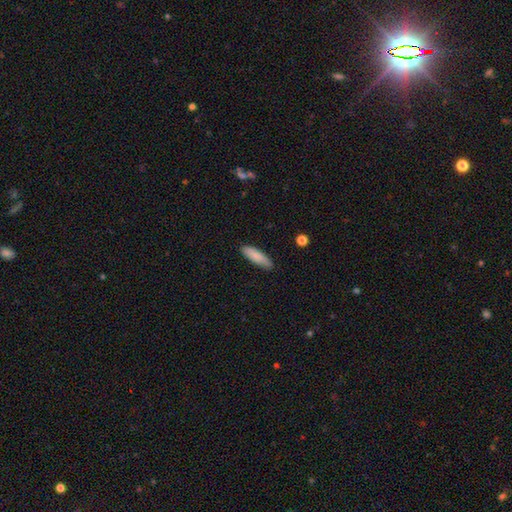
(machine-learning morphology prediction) type=smooth (82%); roundness=cigar-shaped (54%); merging=none (82%).